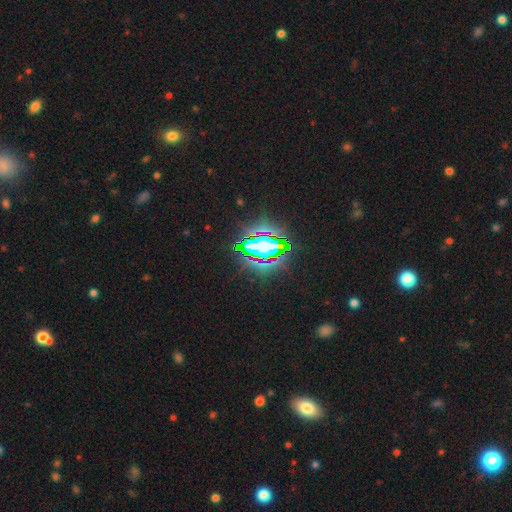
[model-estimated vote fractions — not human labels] Morphology: type=star or artifact (82%).